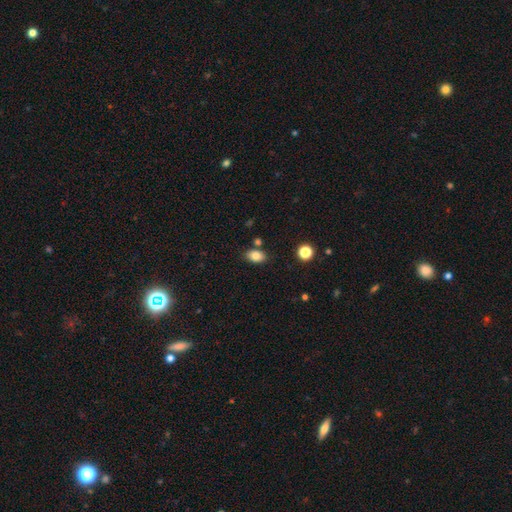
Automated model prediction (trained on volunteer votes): Smooth or featured?
  - smooth: 84% *
  - star or artifact: 9%
  - featured or disk: 7%
How rounded?
  - in between: 85% *
  - round: 14%
  - cigar-shaped: 1%
Merging?
  - none: 78% *
  - minor disturbance: 12%
  - merger: 7%
  - major disturbance: 3%